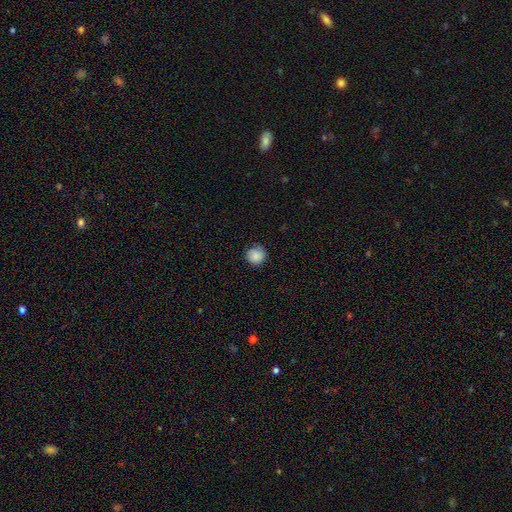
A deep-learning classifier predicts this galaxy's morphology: A smooth galaxy with no disk features (87%) that is round (92%). Merging: none (85%).